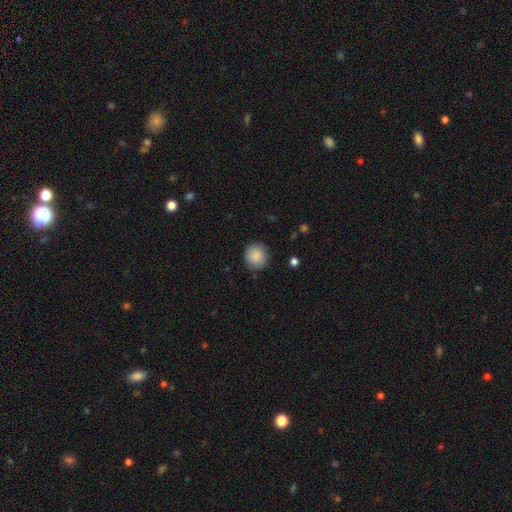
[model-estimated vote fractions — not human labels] A smooth galaxy with no disk features (89%) that is round (92%). Merging: none (87%).